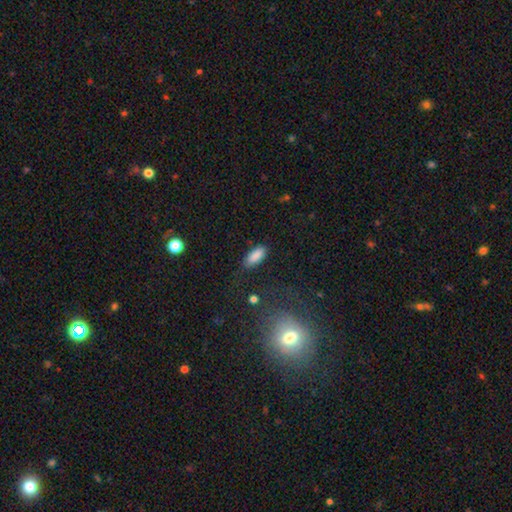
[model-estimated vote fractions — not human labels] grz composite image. It shows a smooth galaxy with no disk features (87%) that is in between round and cigar-shaped (79%). Merging: none (82%).